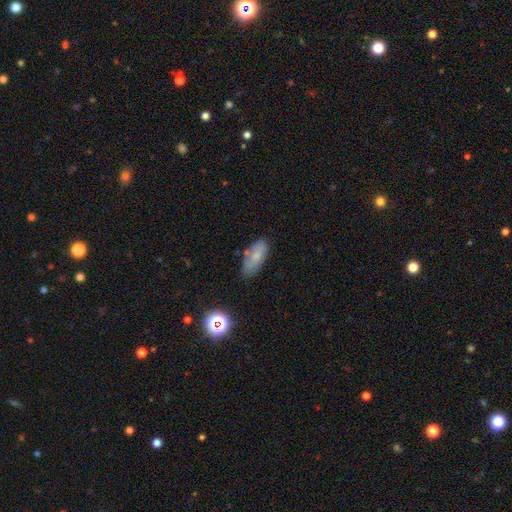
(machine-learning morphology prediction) Smooth or featured? Predicted: smooth (p=0.73). How rounded? Predicted: in between (p=0.83). Merging? Predicted: none (p=0.69).